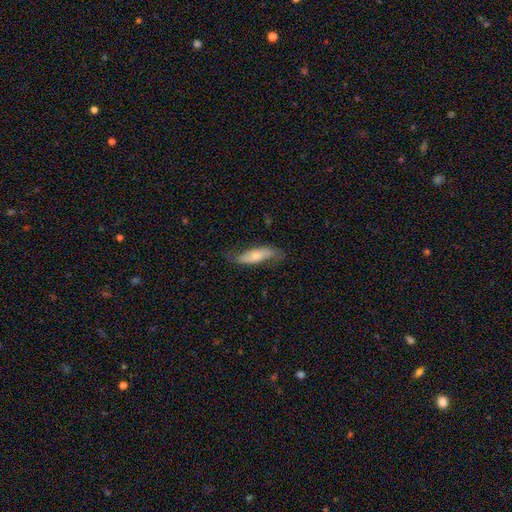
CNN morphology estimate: This appears to be a featured or disk galaxy (51%). Merging: none (68%).